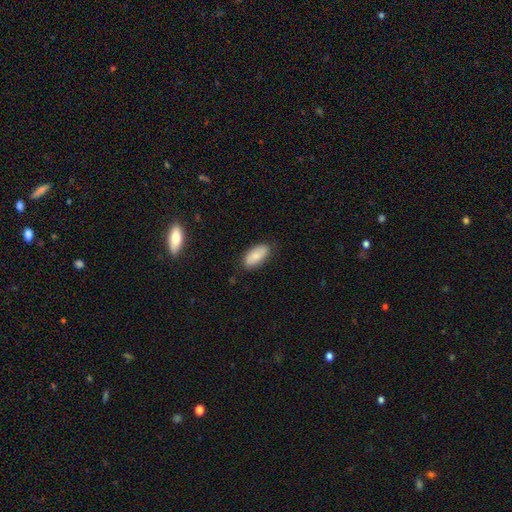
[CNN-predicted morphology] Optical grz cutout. It shows a smooth galaxy with no disk features (79%) that is in between round and cigar-shaped (92%). Merging: none (81%).